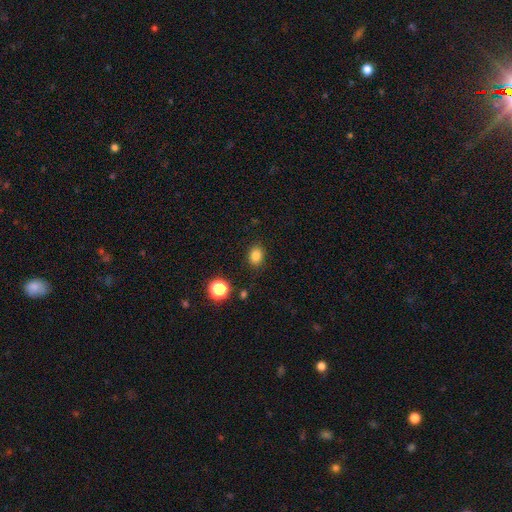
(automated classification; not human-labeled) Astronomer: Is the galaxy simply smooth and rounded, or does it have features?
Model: smooth — 83%.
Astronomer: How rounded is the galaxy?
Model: in between — 57% (runner-up: round, 42%).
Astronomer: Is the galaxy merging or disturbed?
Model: none — 87%.